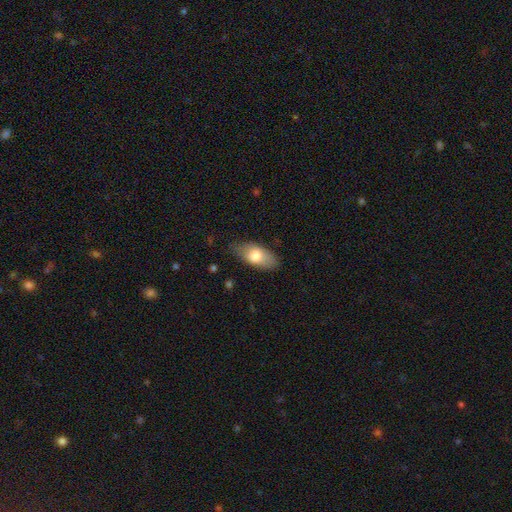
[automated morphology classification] A smooth galaxy with no disk features (76%) that is in between round and cigar-shaped (89%).

Vote fractions:
- Smooth or featured? smooth: 76% / featured or disk: 18% / star or artifact: 6%
- How rounded? in between: 89% / cigar-shaped: 8% / round: 4%
- Merging? none: 77% / minor disturbance: 18% / major disturbance: 4% / merger: 1%